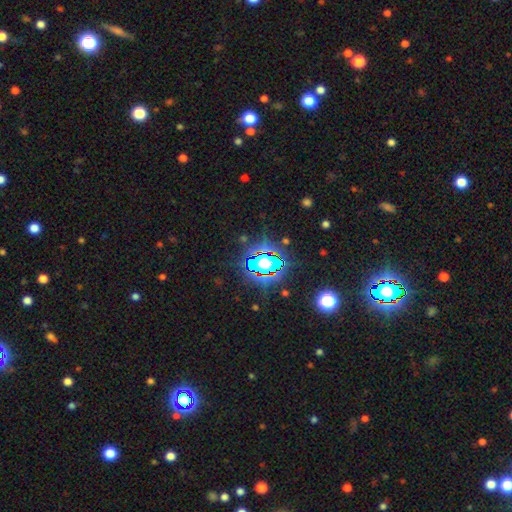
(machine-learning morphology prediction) Smooth or featured? Predicted: star or artifact (p=0.82).